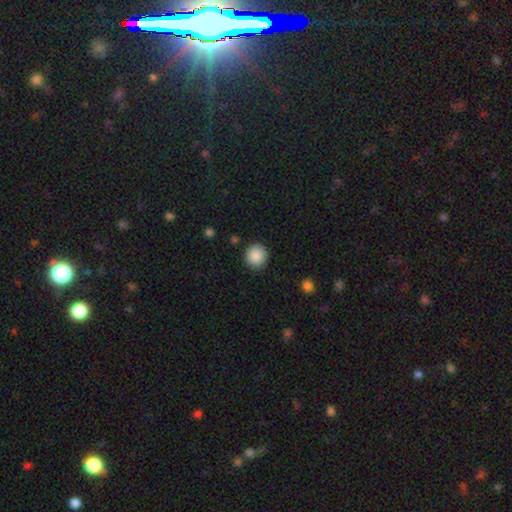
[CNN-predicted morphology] A smooth galaxy with no disk features (89%) that is round (92%). Merging: none (90%).